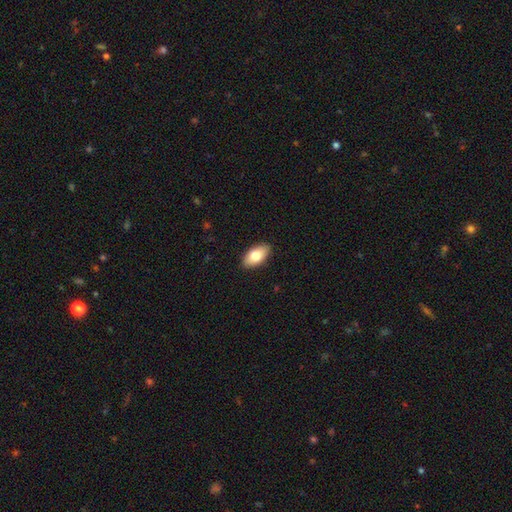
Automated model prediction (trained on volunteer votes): Smooth or featured? smooth (80%)
How rounded? in between (94%)
Merging? none (89%)